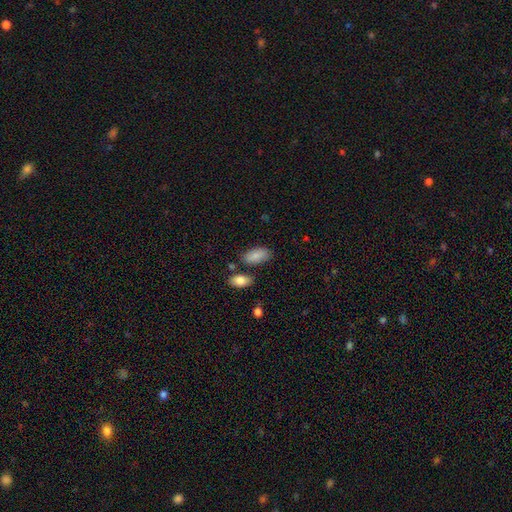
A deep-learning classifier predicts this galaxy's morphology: Smooth or featured? smooth (85%)
How rounded? in between (93%)
Merging? none (73%)